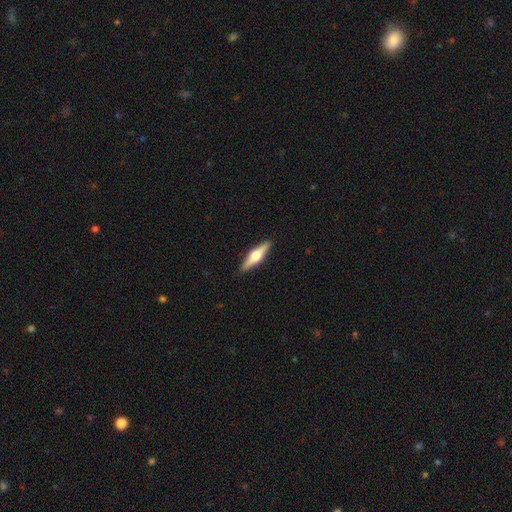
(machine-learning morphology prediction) type=featured or disk (70%); edge-on=yes (97%); edge-on bulge=rounded (96%); merging=none (91%).